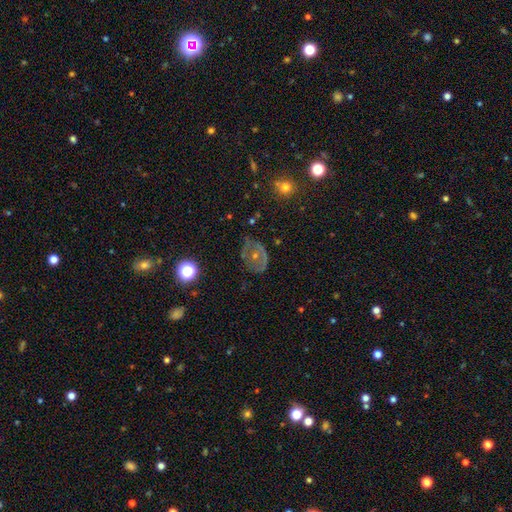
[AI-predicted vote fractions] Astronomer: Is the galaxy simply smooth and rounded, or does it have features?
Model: featured or disk — 57%.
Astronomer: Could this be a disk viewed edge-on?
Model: no — 96%.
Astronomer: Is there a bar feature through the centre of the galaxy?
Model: no — 83%.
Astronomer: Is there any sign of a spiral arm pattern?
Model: no — 66%.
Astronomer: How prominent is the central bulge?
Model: small — 62%.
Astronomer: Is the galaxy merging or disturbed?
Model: none — 56%.